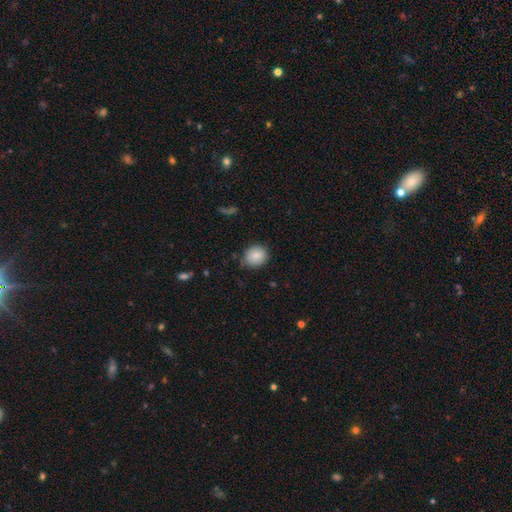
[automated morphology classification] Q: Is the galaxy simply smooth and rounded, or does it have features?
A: smooth — 84%.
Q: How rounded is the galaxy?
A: round — 82%.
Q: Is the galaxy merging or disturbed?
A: none — 82%.